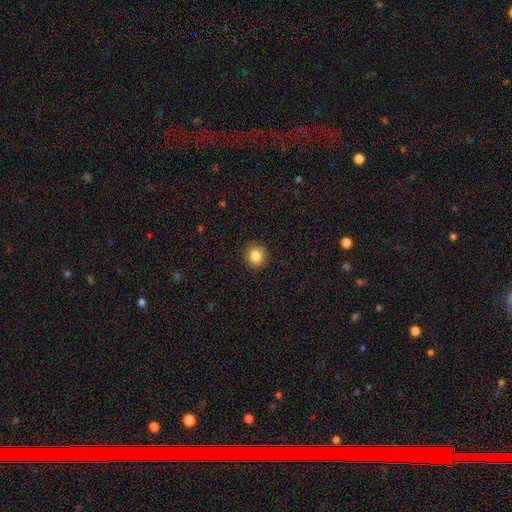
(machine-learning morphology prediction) smooth 85%, star or artifact 10%, featured or disk 5%. Down the decision tree: how rounded — round (88%); merging — none (92%).